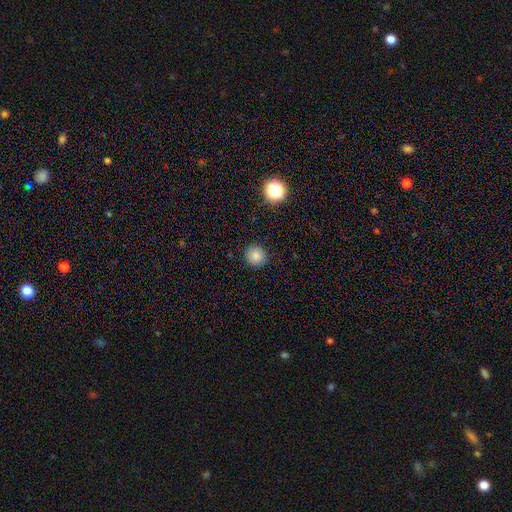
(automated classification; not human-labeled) smooth 83%, star or artifact 12%, featured or disk 5%. Down the decision tree: how rounded — round (92%); merging — none (91%).